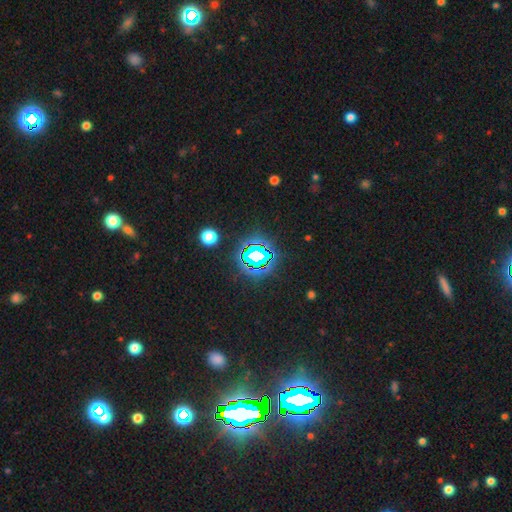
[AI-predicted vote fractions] smooth_or_featured: star or artifact (p=0.72) [alt: smooth p=0.16]